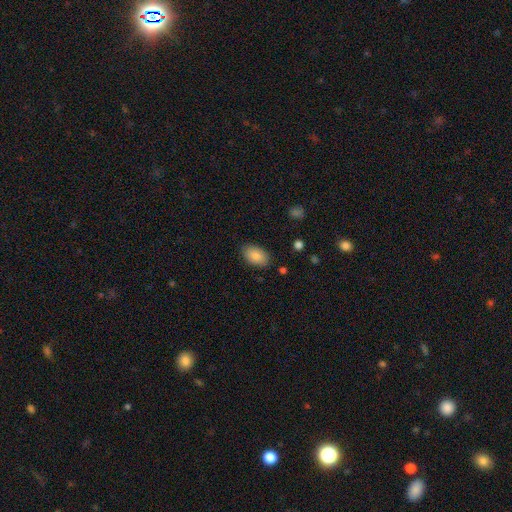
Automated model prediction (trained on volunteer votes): The model was most divided on "merging": none: 84%, minor disturbance: 12%, major disturbance: 3%, merger: 1%. More confident: how rounded — in between (93%); smooth or featured — smooth (86%).